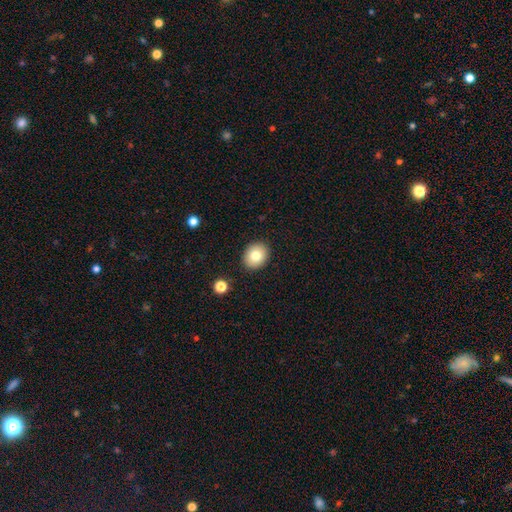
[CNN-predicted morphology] Smooth or featured: smooth — 79% (featured or disk — 12%)
How rounded: round — 53% (in between — 46%)
Merging: none — 90% (minor disturbance — 7%)